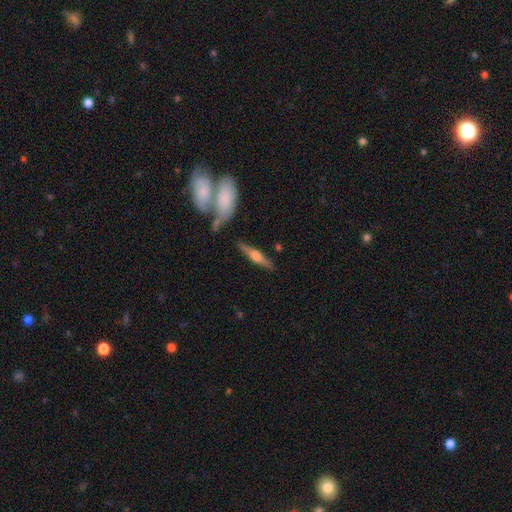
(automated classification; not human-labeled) Morphology: type=featured or disk (66%); edge-on=yes (96%); edge-on bulge=rounded (89%); merging=none (83%).